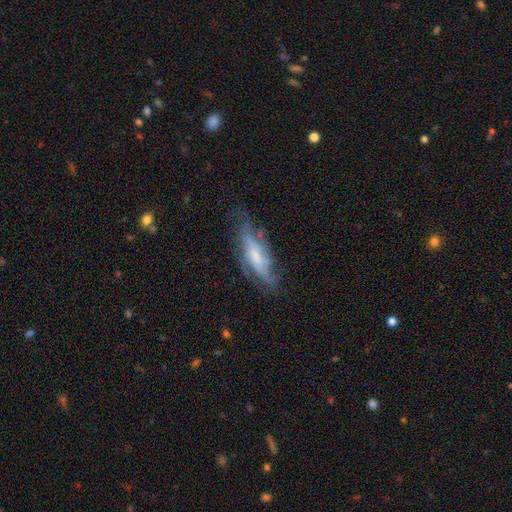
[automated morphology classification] A featured or disk galaxy (66%). Merging: none (61%).